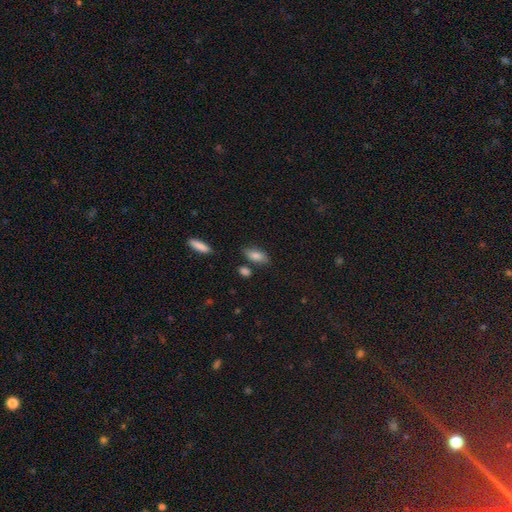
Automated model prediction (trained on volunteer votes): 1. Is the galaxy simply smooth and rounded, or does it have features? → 82% smooth, 10% featured or disk, 8% star or artifact.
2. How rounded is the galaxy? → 84% in between, 12% cigar-shaped, 3% round.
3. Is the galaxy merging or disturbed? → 77% none, 14% minor disturbance, 6% merger, 3% major disturbance.